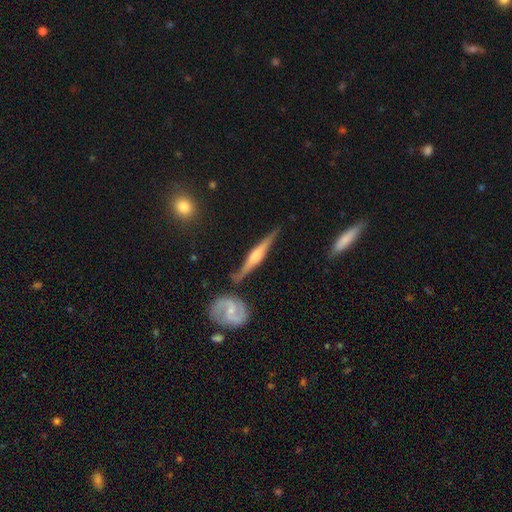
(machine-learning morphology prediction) Q: Smooth or featured?
A: featured or disk (79%); runner-up: smooth (16%)
Q: Edge-on disk?
A: yes (94%); runner-up: no (6%)
Q: Edge-on bulge?
A: rounded (70%); runner-up: boxy (21%)
Q: Merging?
A: none (73%); runner-up: minor disturbance (15%)